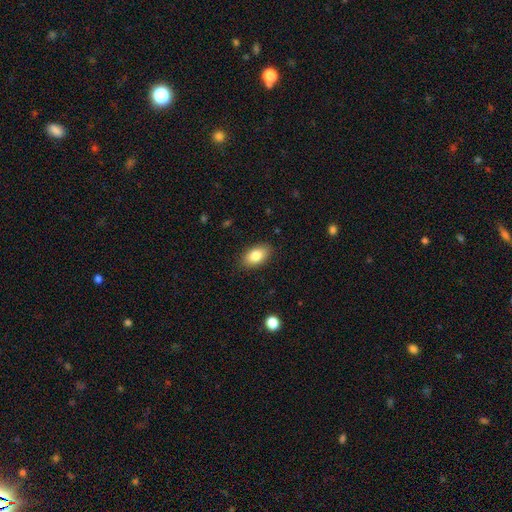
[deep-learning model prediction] A smooth galaxy with no disk features (83%) that is in between round and cigar-shaped (92%).

Vote fractions:
- Smooth or featured? smooth: 83% / featured or disk: 9% / star or artifact: 7%
- How rounded? in between: 92% / round: 7% / cigar-shaped: 2%
- Merging? none: 87% / minor disturbance: 10% / major disturbance: 2% / merger: 1%